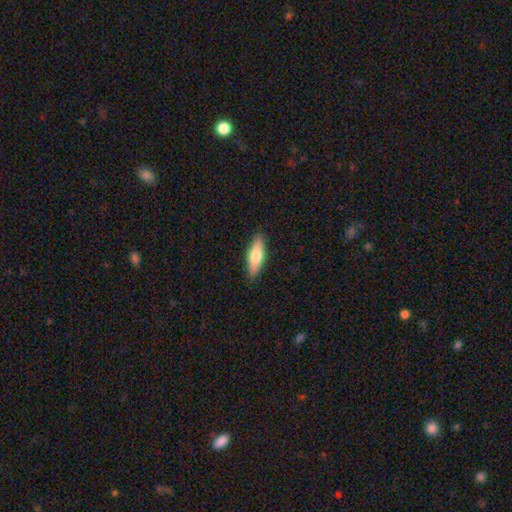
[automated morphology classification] This is likely a smooth galaxy (72%). How rounded: possibly in between (54%). Merging: clearly none (88%).